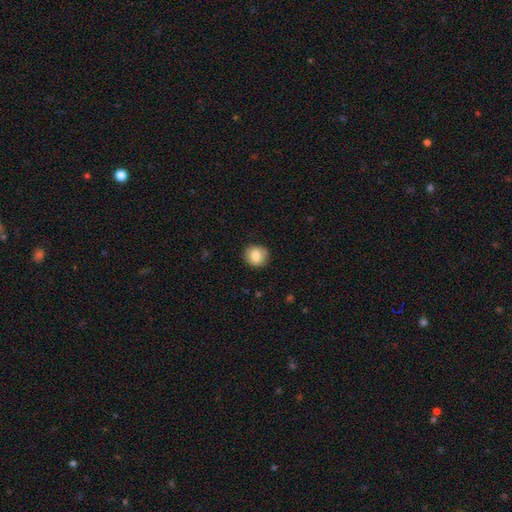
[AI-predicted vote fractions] Smooth or featured? Predicted: smooth (p=0.83). How rounded? Predicted: round (p=0.84). Merging? Predicted: none (p=0.86).